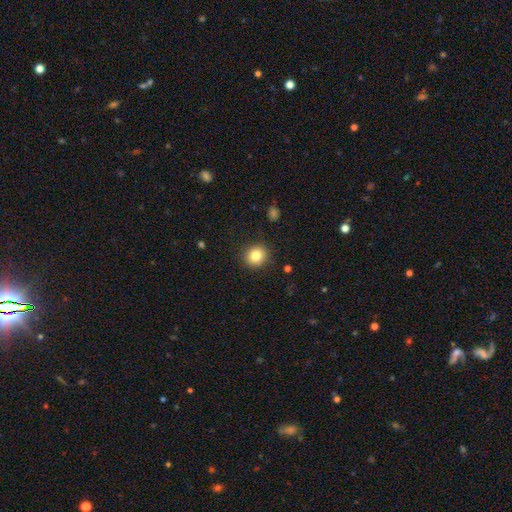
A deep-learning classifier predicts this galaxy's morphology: smooth_or_featured: smooth (p=0.81) [alt: star or artifact p=0.11]
how_rounded: round (p=0.87) [alt: in between p=0.12]
merging: none (p=0.90) [alt: minor disturbance p=0.07]